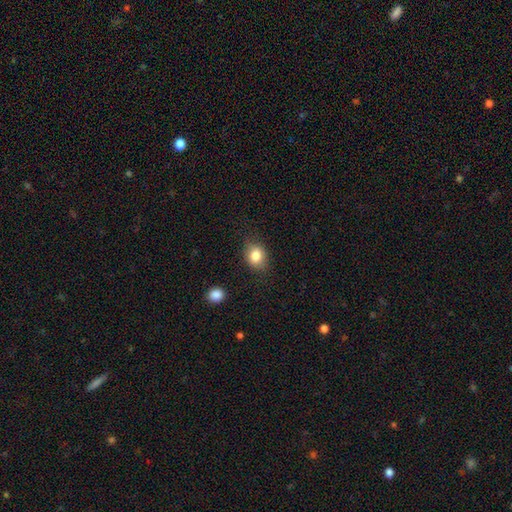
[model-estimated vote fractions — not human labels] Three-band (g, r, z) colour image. It shows a smooth galaxy with no disk features (83%) that is round (53%). Merging: none (79%).